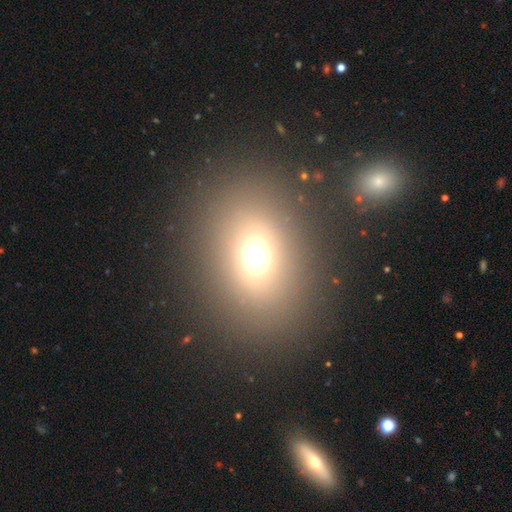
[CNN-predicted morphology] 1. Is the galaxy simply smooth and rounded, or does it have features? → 67% smooth, 20% star or artifact, 13% featured or disk.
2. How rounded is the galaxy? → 55% in between, 43% round, 1% cigar-shaped.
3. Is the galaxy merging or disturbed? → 83% none, 8% minor disturbance, 5% major disturbance, 4% merger.